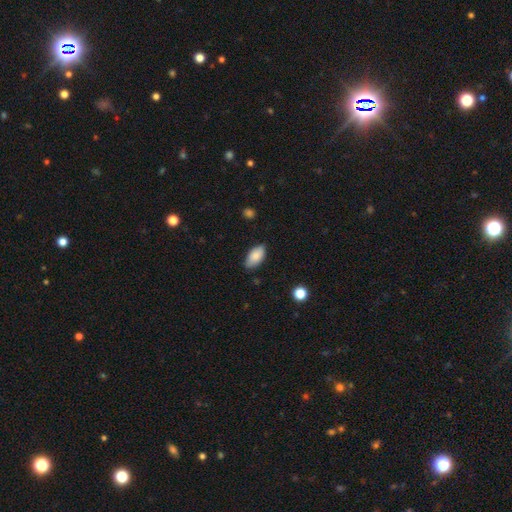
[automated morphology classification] type=smooth (84%); roundness=in between (93%); merging=none (79%).